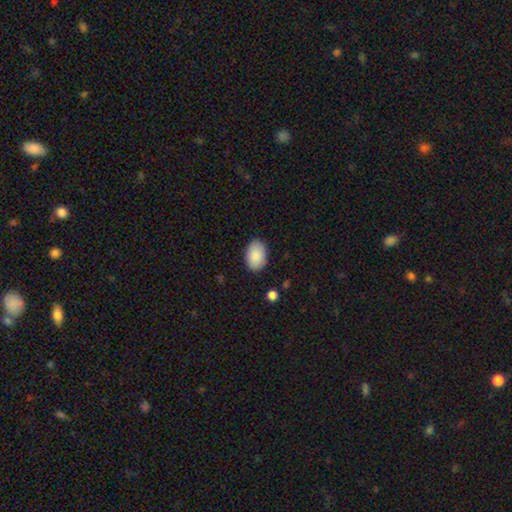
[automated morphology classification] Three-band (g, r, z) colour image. It shows a smooth galaxy with no disk features (89%) that is in between round and cigar-shaped (88%). Merging: none (87%).